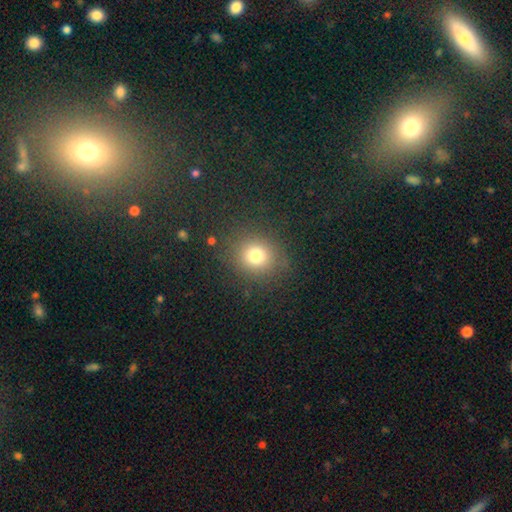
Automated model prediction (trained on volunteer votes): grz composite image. It shows a smooth galaxy with no disk features (75%) that is round (82%). Merging: none (85%).